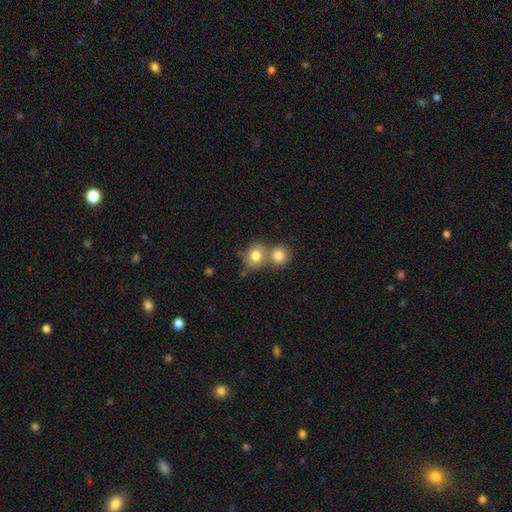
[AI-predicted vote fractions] The model was most divided on "merging": merger: 48%, none: 42%, minor disturbance: 8%, major disturbance: 3%. More confident: smooth or featured — smooth (80%); how rounded — round (73%).